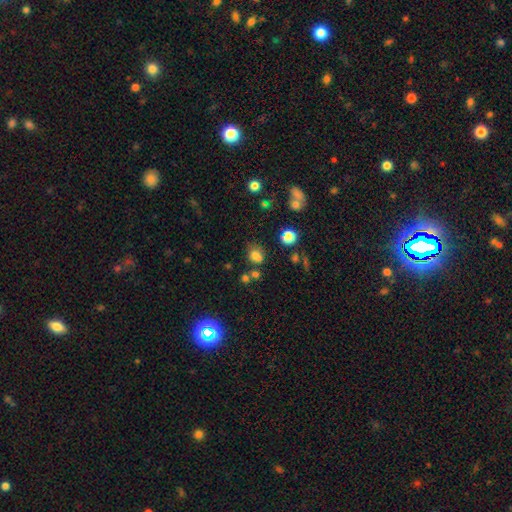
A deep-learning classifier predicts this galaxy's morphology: This appears to be a smooth galaxy with no disk features (72%) that is round (57%). Merging: none (60%).